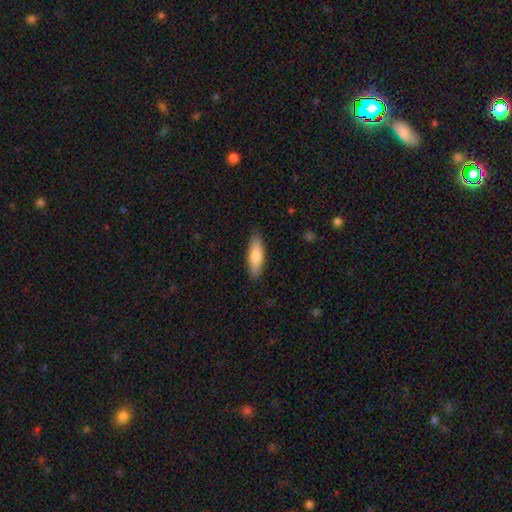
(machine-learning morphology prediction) Smooth or featured: smooth — 77% (featured or disk — 18%)
How rounded: cigar-shaped — 50% (in between — 48%)
Merging: none — 87% (minor disturbance — 10%)